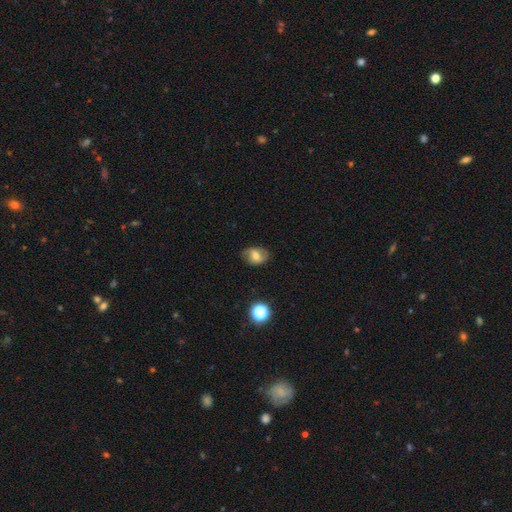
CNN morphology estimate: smooth 56%, featured or disk 33%, star or artifact 11%. Down the decision tree: how rounded — in between (68%); merging — none (73%).